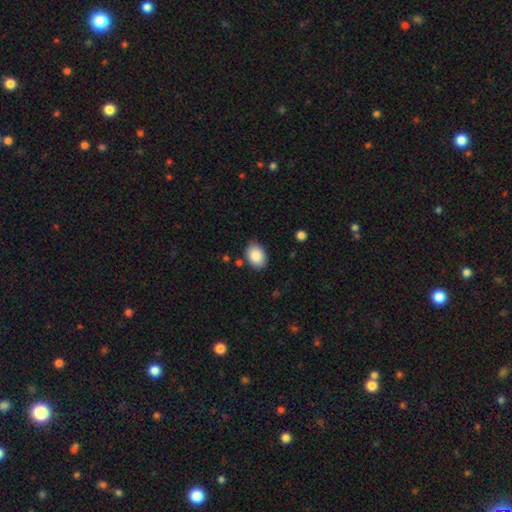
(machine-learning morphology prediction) A smooth galaxy with no disk features (88%) that is in between round and cigar-shaped (78%).

Vote fractions:
- Smooth or featured? smooth: 88% / star or artifact: 7% / featured or disk: 5%
- How rounded? in between: 78% / round: 21% / cigar-shaped: 1%
- Merging? none: 83% / minor disturbance: 12% / major disturbance: 3% / merger: 2%